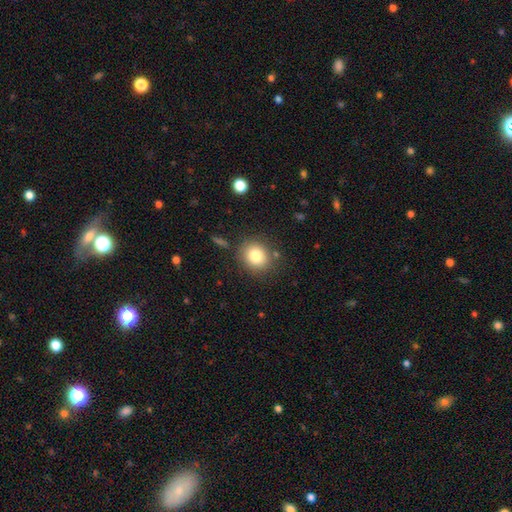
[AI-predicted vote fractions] This is clearly a smooth galaxy (81%). How rounded: likely round (76%). Merging: clearly none (82%).